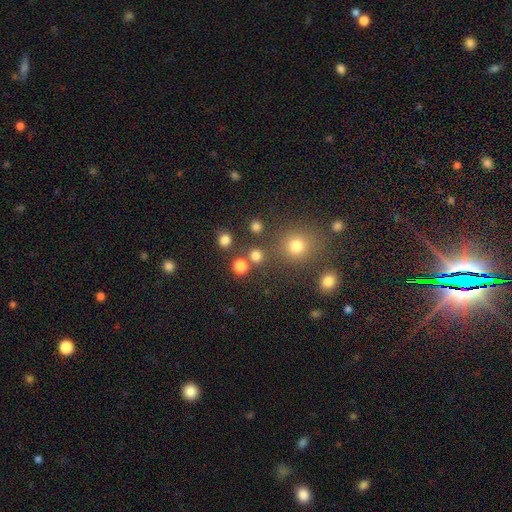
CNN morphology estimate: A smooth galaxy with no disk features (76%) that is round (90%).

Vote fractions:
- Smooth or featured? smooth: 76% / star or artifact: 19% / featured or disk: 6%
- How rounded? round: 90% / in between: 8% / cigar-shaped: 1%
- Merging? none: 78% / merger: 12% / minor disturbance: 7% / major disturbance: 3%